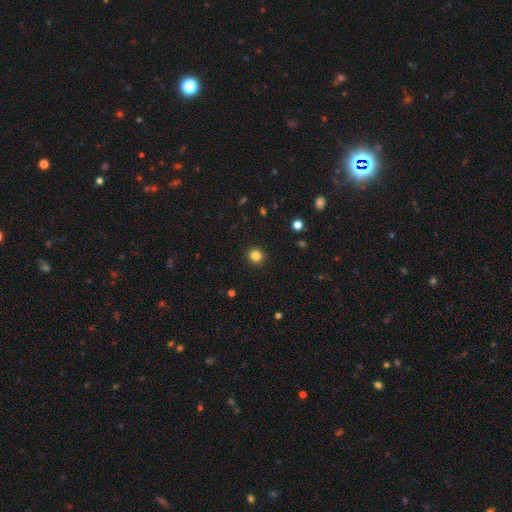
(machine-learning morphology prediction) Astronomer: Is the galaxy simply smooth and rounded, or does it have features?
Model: smooth — 83%.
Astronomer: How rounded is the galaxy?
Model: round — 91%.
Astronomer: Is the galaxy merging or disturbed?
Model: none — 93%.